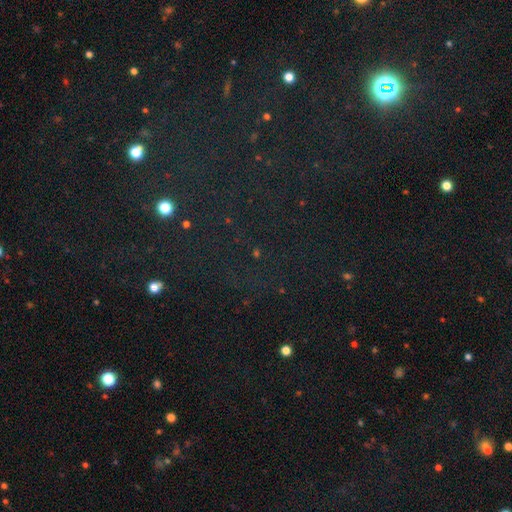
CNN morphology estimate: A star or artifact, not a galaxy (77%).

Vote fractions:
- Smooth or featured? star or artifact: 77% / smooth: 14% / featured or disk: 8%